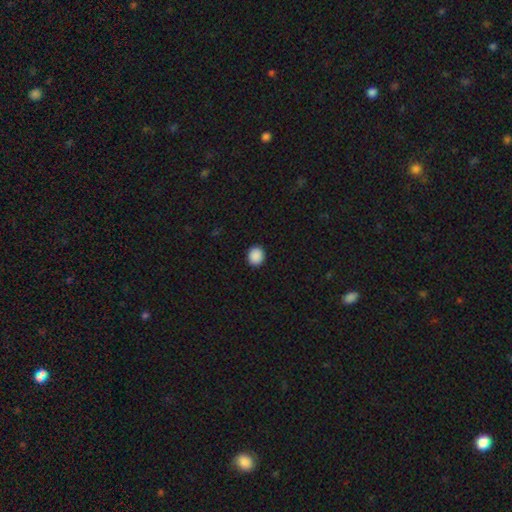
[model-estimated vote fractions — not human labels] A smooth galaxy with no disk features (90%) that is round (78%). Merging: none (92%).